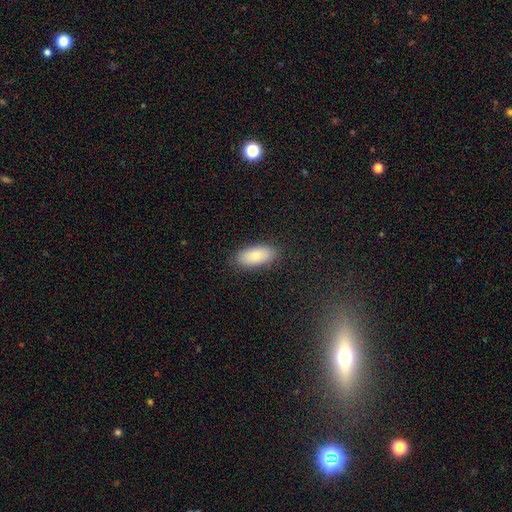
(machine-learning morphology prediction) This is likely a smooth galaxy (78%). How rounded: clearly in between (88%). Merging: clearly none (87%).